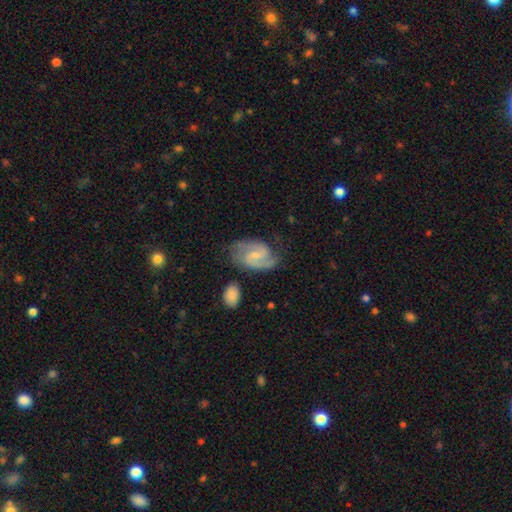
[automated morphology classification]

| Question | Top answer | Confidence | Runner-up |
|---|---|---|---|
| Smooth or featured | featured or disk | 86% | smooth (9%) |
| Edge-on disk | no | 97% | yes (3%) |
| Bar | weak | 55% | no (33%) |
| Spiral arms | yes | 97% | no (3%) |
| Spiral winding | medium | 55% | tight (28%) |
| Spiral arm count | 2 | 88% | can't tell (4%) |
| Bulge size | small | 63% | moderate (29%) |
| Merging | none | 71% | minor disturbance (19%) |